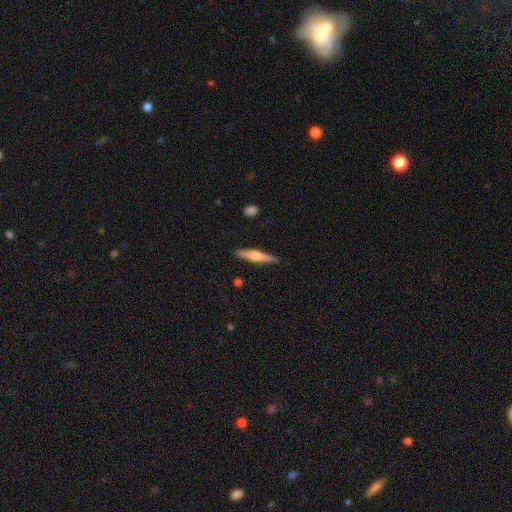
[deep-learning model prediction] Smooth or featured? featured or disk (51%)
Edge-on disk? yes (96%)
Merging? none (89%)